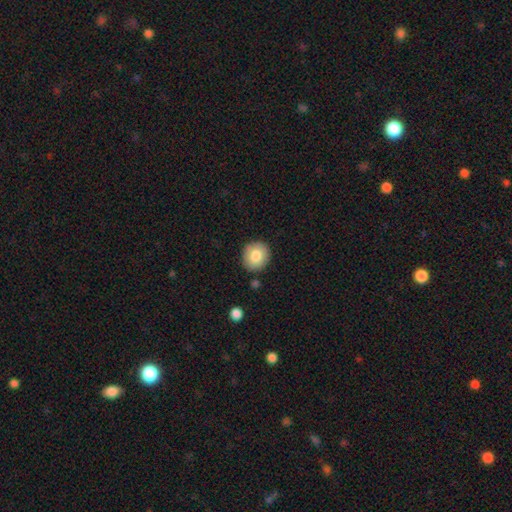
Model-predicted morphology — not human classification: The model was most divided on "how rounded": round: 80%, in between: 20%, cigar-shaped: 1%. More confident: merging — none (86%); smooth or featured — smooth (81%).